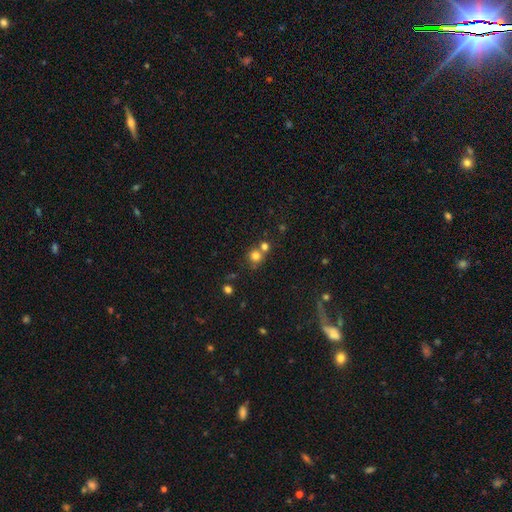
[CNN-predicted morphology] This appears to be a smooth galaxy with no disk features (77%) that is round (89%). Merging: none (56%).